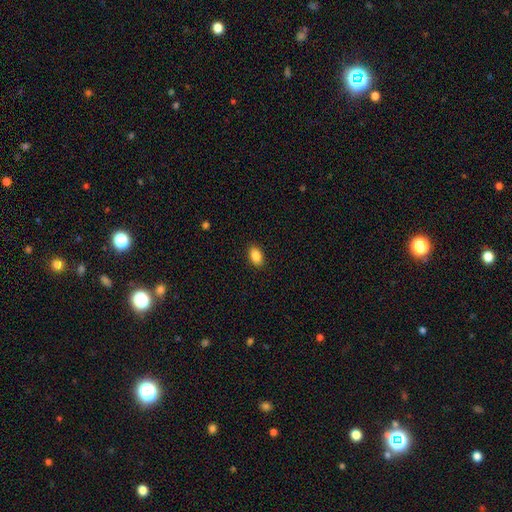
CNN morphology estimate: A smooth galaxy with no disk features (87%) that is in between round and cigar-shaped (91%).

Vote fractions:
- Smooth or featured? smooth: 87% / star or artifact: 8% / featured or disk: 5%
- How rounded? in between: 91% / round: 7% / cigar-shaped: 2%
- Merging? none: 90% / minor disturbance: 8% / major disturbance: 2% / merger: 1%